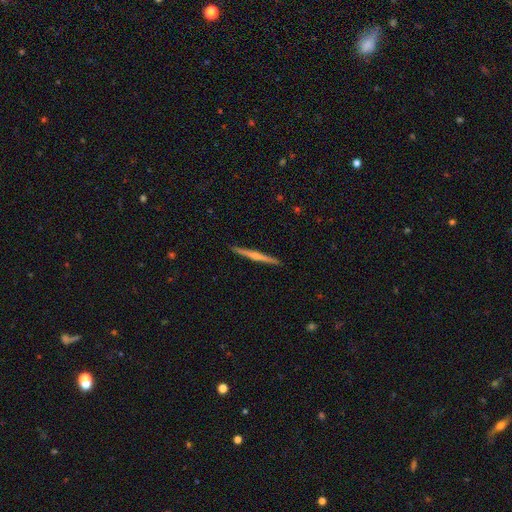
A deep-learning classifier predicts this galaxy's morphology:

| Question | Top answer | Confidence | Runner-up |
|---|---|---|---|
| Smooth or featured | featured or disk | 64% | smooth (30%) |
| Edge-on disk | yes | 98% | no (2%) |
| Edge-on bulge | rounded | 65% | none (27%) |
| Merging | none | 92% | minor disturbance (6%) |